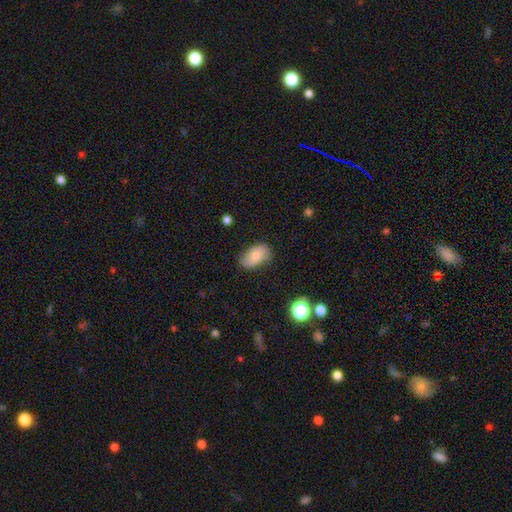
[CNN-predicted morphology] Smooth or featured?
  - smooth: 72% *
  - featured or disk: 20%
  - star or artifact: 8%
How rounded?
  - in between: 92% *
  - round: 6%
  - cigar-shaped: 2%
Merging?
  - none: 74% *
  - minor disturbance: 20%
  - major disturbance: 4%
  - merger: 1%